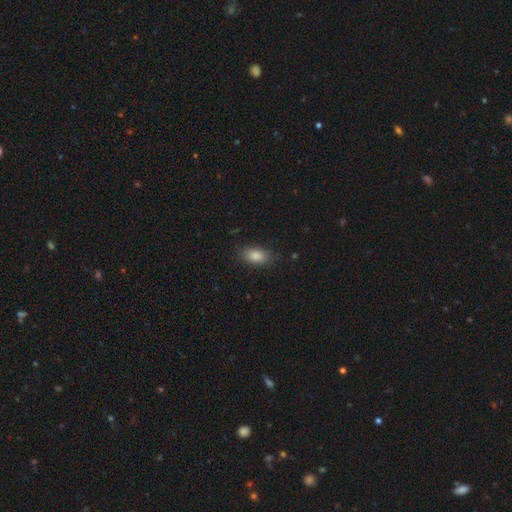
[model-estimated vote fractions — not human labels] Smooth or featured? smooth (85%)
How rounded? in between (89%)
Merging? none (83%)